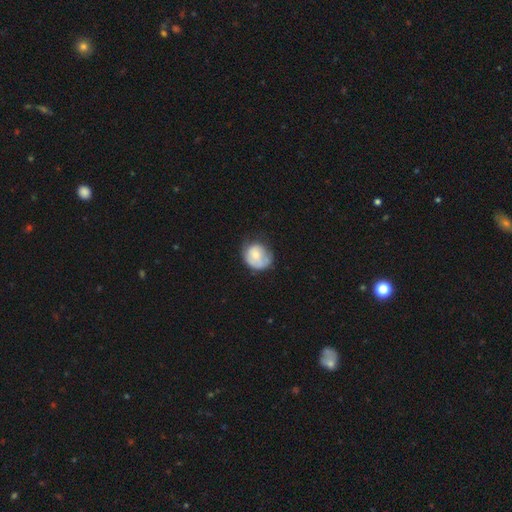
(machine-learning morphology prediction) smooth_or_featured: smooth (p=0.63) [alt: featured or disk p=0.30]
how_rounded: round (p=0.70) [alt: in between p=0.29]
merging: none (p=0.48) [alt: minor disturbance p=0.33]